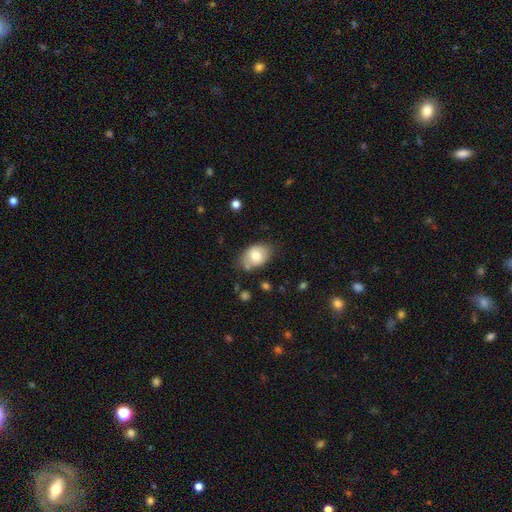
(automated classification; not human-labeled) Smooth or featured?
  - smooth: 75% *
  - featured or disk: 17%
  - star or artifact: 7%
How rounded?
  - in between: 80% *
  - round: 19%
  - cigar-shaped: 1%
Merging?
  - none: 64% *
  - minor disturbance: 25%
  - major disturbance: 6%
  - merger: 5%